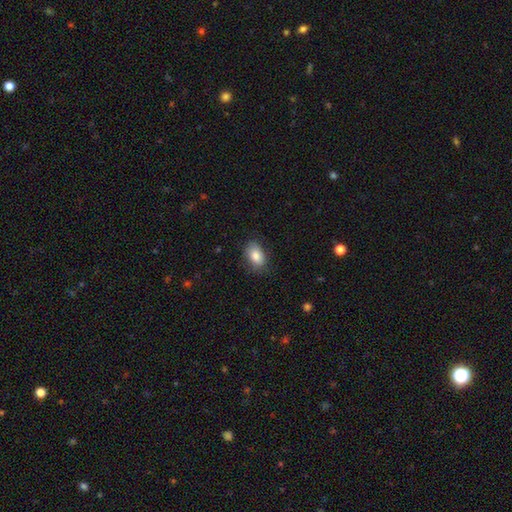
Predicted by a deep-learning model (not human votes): This is clearly a smooth galaxy (85%). How rounded: clearly in between (87%). Merging: likely none (77%).